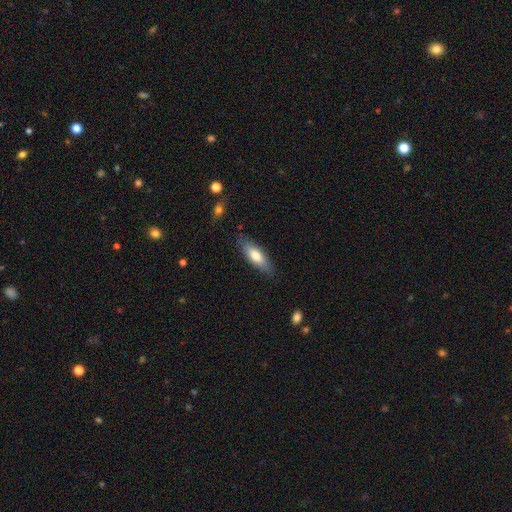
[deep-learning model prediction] This is likely a smooth galaxy (72%). How rounded: possibly in between (58%). Merging: clearly none (84%).